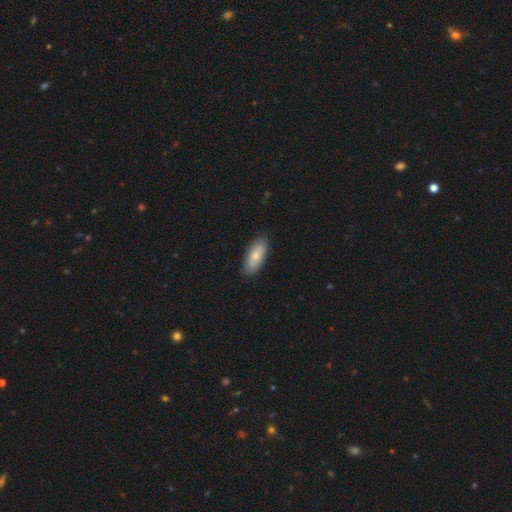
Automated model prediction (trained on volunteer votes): A smooth galaxy with no disk features (81%) that is in between round and cigar-shaped (84%). Merging: none (84%).